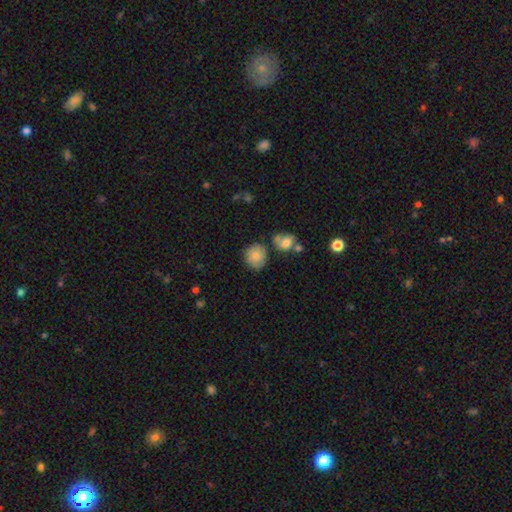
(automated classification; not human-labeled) Morphology: type=smooth (83%); roundness=round (82%); merging=none (69%).